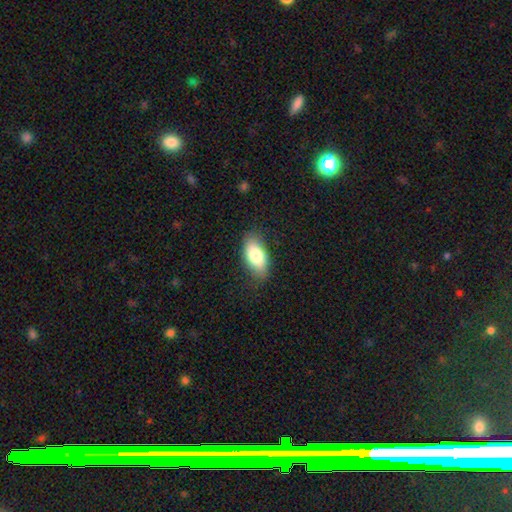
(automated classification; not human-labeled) Morphology: type=smooth (79%); roundness=in between (91%); merging=none (79%).